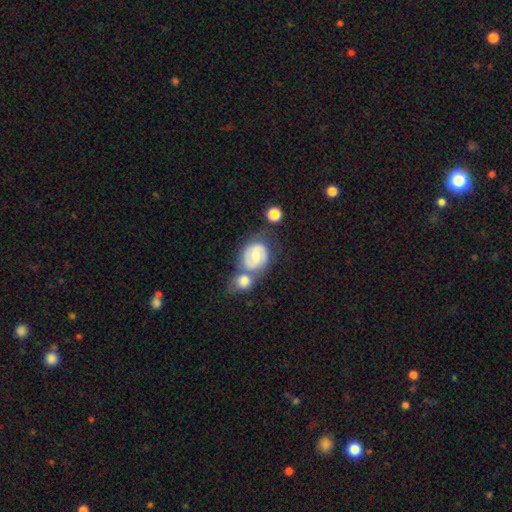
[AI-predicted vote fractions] Smooth or featured?
  - featured or disk: 60% *
  - smooth: 34%
  - star or artifact: 6%
Edge-on disk?
  - no: 97% *
  - yes: 3%
Bar?
  - weak: 47% *
  - no: 38%
  - strong: 15%
Spiral arms?
  - yes: 79% *
  - no: 21%
Bulge size?
  - moderate: 59% *
  - small: 33%
  - large: 4%
  - none: 2%
  - dominant: 1%
Merging?
  - none: 41% *
  - merger: 38%
  - minor disturbance: 14%
  - major disturbance: 7%